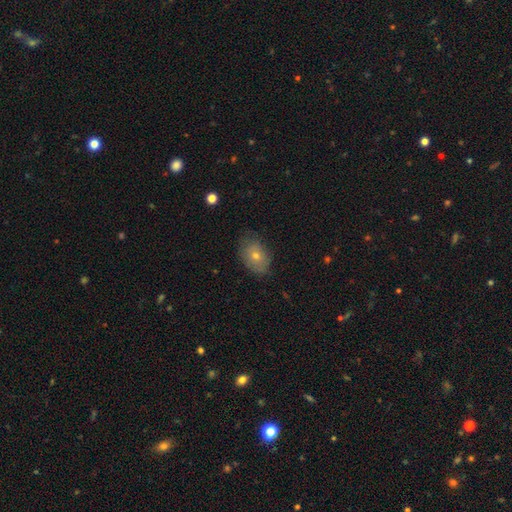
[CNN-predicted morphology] The model was most divided on "smooth or featured": smooth: 65%, featured or disk: 25%, star or artifact: 11%. More confident: how rounded — in between (76%); merging — none (73%).